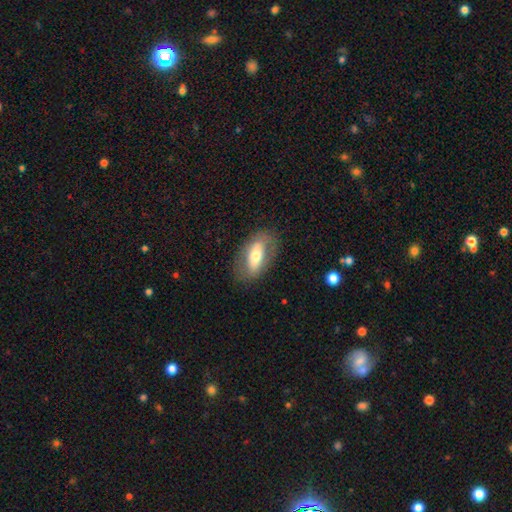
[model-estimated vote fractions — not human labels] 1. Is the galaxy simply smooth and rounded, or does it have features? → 56% smooth, 37% featured or disk, 7% star or artifact.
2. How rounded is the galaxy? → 84% in between, 11% cigar-shaped, 4% round.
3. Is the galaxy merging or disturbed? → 79% none, 14% minor disturbance, 6% major disturbance, 1% merger.